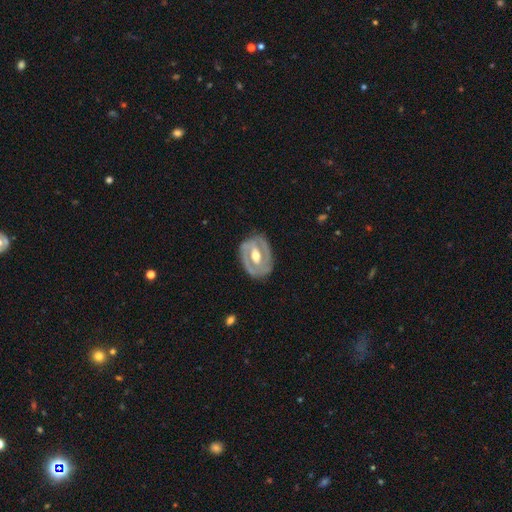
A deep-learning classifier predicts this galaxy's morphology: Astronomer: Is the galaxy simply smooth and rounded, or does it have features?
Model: featured or disk — 77%.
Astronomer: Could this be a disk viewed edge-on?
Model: no — 95%.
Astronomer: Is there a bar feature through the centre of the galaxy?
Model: weak — 38% (runner-up: strong, 34%).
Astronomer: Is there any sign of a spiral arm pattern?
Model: yes — 59% (runner-up: no, 41%).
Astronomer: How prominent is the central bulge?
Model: moderate — 73%.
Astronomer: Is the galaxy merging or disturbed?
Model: none — 77%.